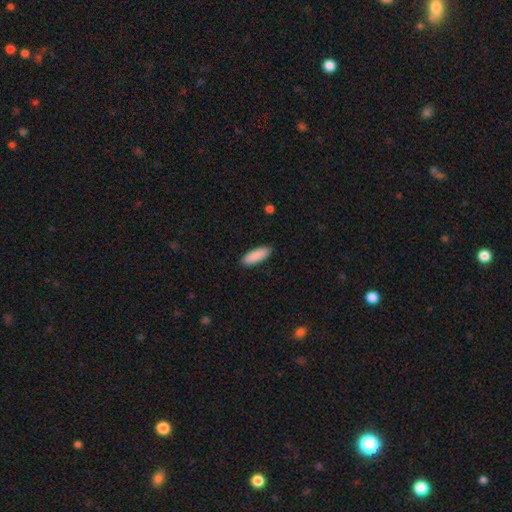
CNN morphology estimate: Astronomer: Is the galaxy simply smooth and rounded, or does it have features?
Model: smooth — 90%.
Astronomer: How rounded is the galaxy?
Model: in between — 62%.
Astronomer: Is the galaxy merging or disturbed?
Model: none — 87%.